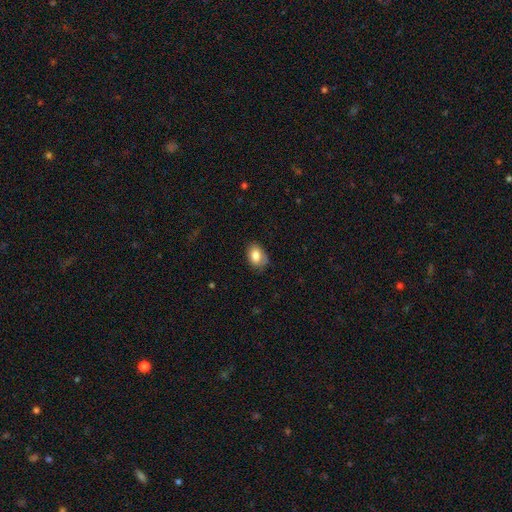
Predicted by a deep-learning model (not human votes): Smooth or featured? Predicted: smooth (p=0.81). How rounded? Predicted: in between (p=0.79). Merging? Predicted: none (p=0.69).